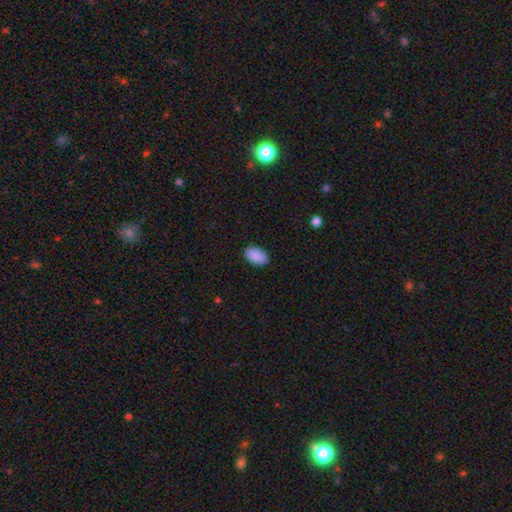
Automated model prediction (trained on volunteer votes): A smooth galaxy with no disk features (91%) that is in between round and cigar-shaped (92%). Merging: none (88%).